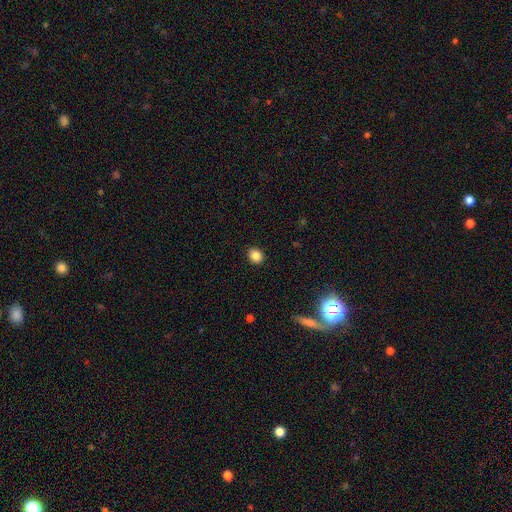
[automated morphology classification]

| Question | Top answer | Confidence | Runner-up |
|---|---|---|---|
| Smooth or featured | smooth | 86% | star or artifact (10%) |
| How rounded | round | 61% | in between (38%) |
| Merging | none | 90% | minor disturbance (7%) |